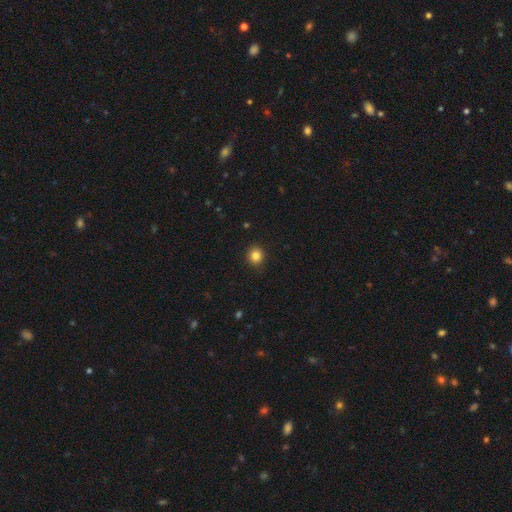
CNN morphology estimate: Overall: smooth (85%). How rounded: round (87%). Merging: none (90%).